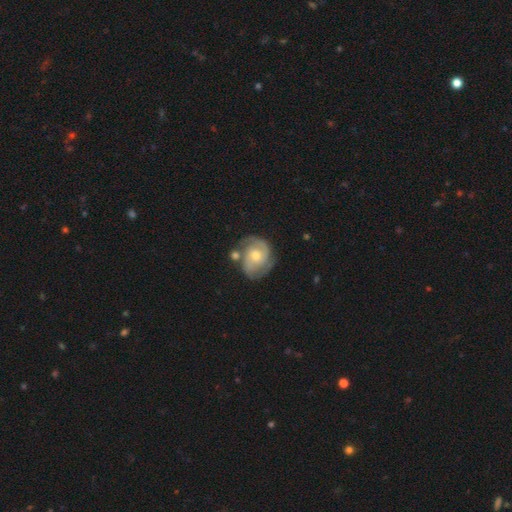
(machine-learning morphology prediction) Smooth or featured? Predicted: featured or disk (p=0.82). Edge-on disk? Predicted: no (p=0.98). Bar? Predicted: no (p=0.64). Spiral arms? Predicted: yes (p=0.95). Spiral winding? Predicted: tight (p=0.48). Spiral arm count? Predicted: 2 (p=0.77). Bulge size? Predicted: moderate (p=0.55). Merging? Predicted: none (p=0.64).